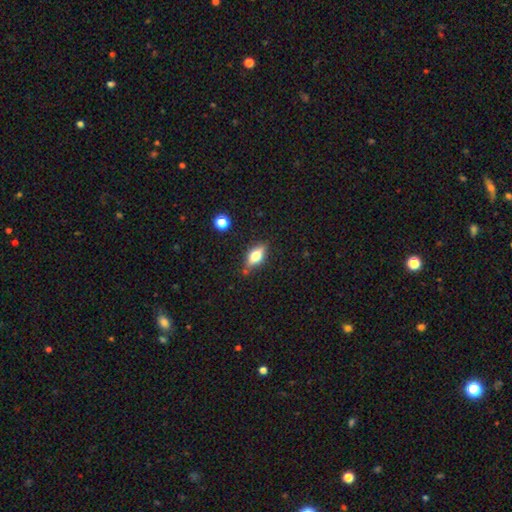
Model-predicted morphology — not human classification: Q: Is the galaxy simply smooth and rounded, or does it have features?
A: smooth — 57%.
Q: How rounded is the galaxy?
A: in between — 74%.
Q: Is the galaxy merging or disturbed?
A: none — 80%.